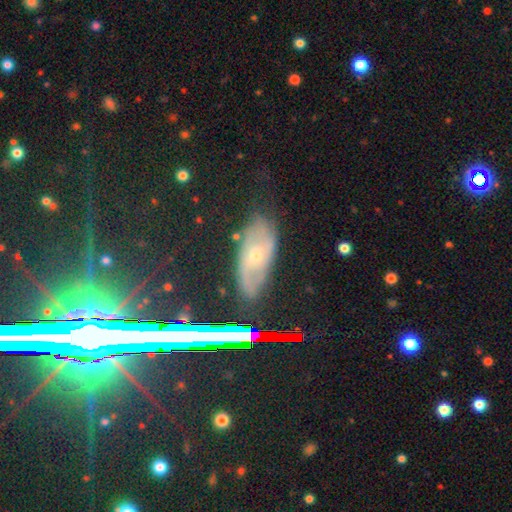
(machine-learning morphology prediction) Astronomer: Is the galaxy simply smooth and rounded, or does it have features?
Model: featured or disk — 54%.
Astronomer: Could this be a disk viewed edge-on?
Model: no — 83%.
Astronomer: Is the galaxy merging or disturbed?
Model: none — 72%.